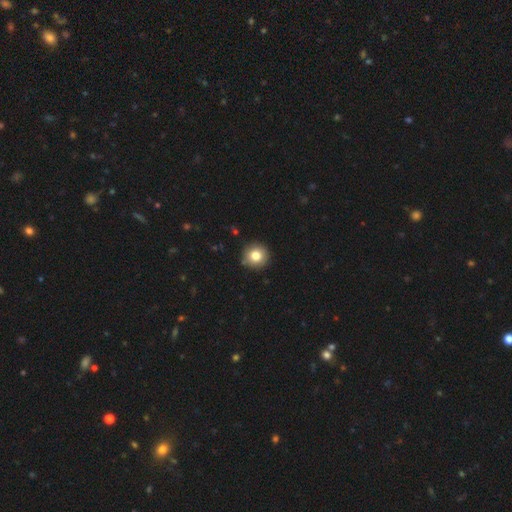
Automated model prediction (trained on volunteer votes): smooth-or-featured: smooth: 81% | star or artifact: 10% | featured or disk: 8%
  how-rounded: round: 94% | in between: 5% | cigar-shaped: 1%
  merging: none: 90% | minor disturbance: 7% | major disturbance: 2% | merger: 1%